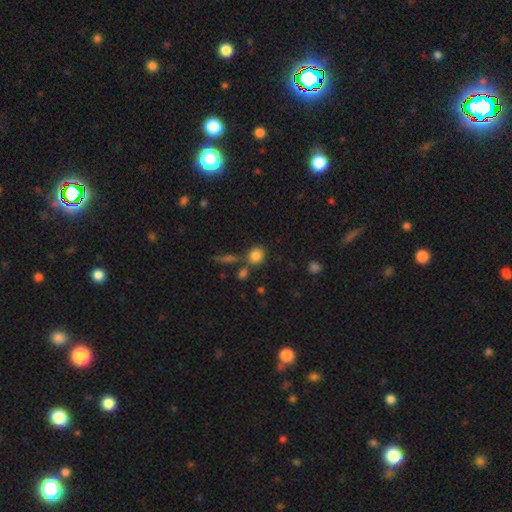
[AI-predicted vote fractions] This appears to be a smooth galaxy with no disk features (82%) that is round (73%). Merging: none (66%).